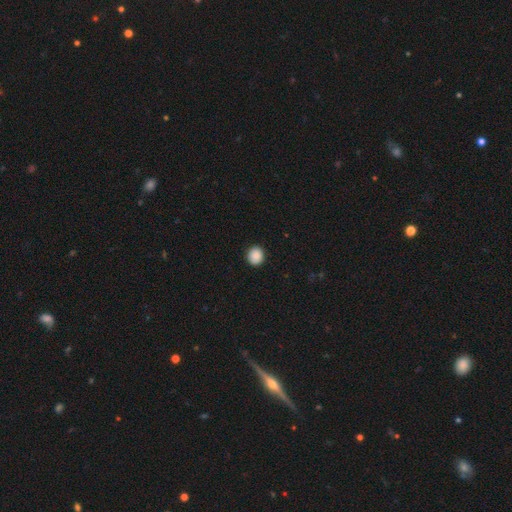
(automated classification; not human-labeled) This appears to be a smooth galaxy with no disk features (88%) that is round (83%). Merging: none (92%).